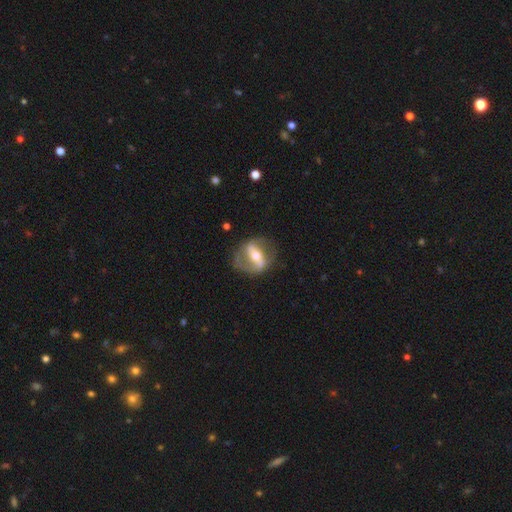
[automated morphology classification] A featured or disk galaxy (76%) with a strong bar (65%), spiral arms (62%) and a moderate central bulge (66%). Merging: none (70%).